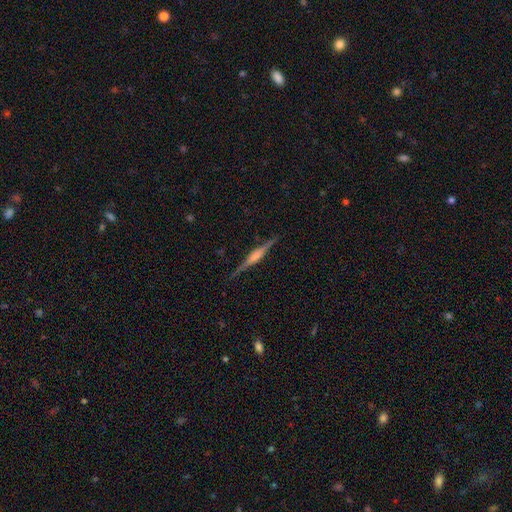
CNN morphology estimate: smooth-or-featured: featured or disk: 76% | smooth: 17% | star or artifact: 6%
  disk-edge-on: yes: 98% | no: 2%
    edge-on-bulge: rounded: 54% | boxy: 34% | none: 12%
  merging: none: 88% | minor disturbance: 9% | major disturbance: 2% | merger: 1%